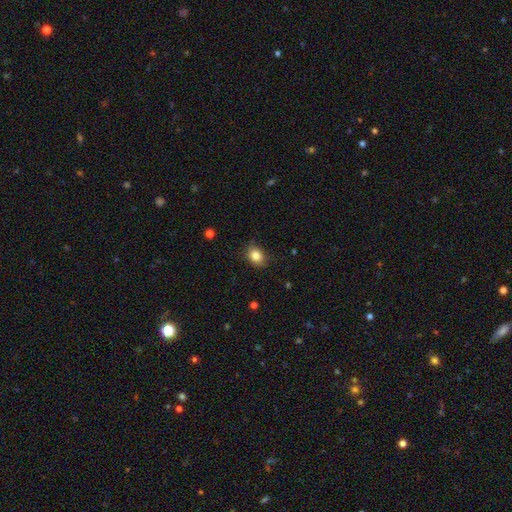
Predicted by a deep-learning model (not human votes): smooth-or-featured: smooth: 84% | star or artifact: 10% | featured or disk: 6%
  how-rounded: in between: 59% | round: 40% | cigar-shaped: 1%
  merging: none: 82% | minor disturbance: 14% | major disturbance: 3% | merger: 1%